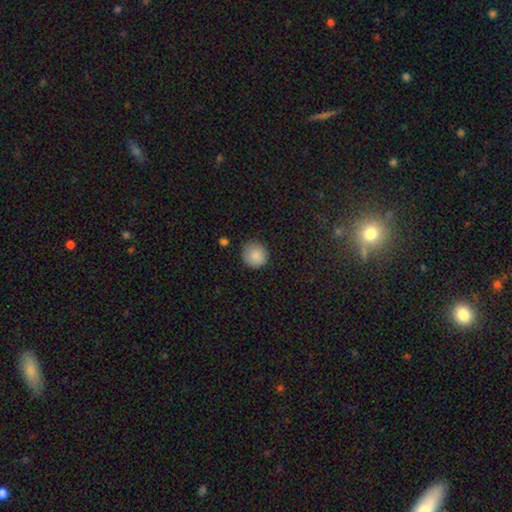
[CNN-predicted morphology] Smooth or featured?
  - smooth: 87% *
  - star or artifact: 8%
  - featured or disk: 5%
How rounded?
  - round: 91% *
  - in between: 8%
  - cigar-shaped: 1%
Merging?
  - none: 85% *
  - minor disturbance: 11%
  - major disturbance: 2%
  - merger: 1%